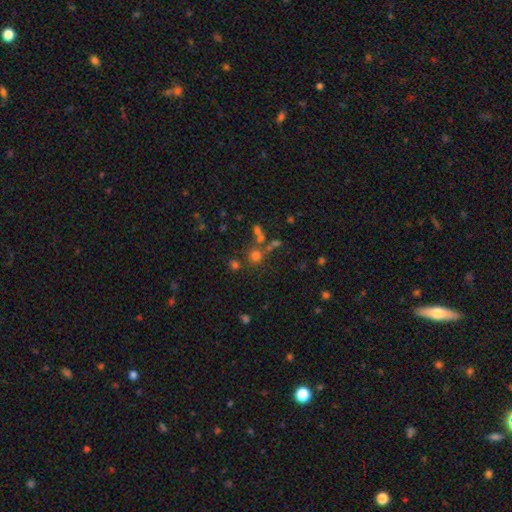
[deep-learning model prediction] Overall: smooth (60%; star or artifact 27%). How rounded: round (88%). Merging: none (60%; merger 25%).